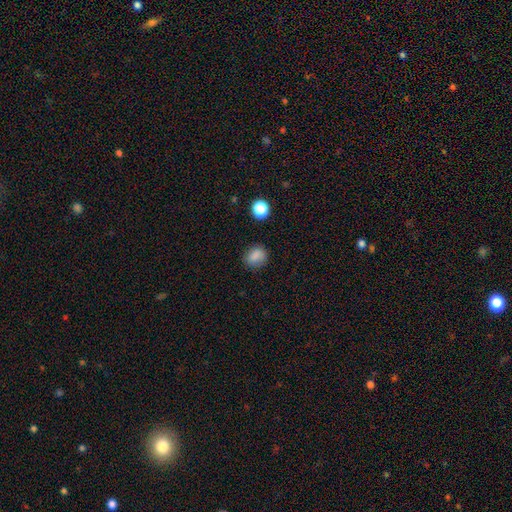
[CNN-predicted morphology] A smooth galaxy with no disk features (84%) that is round (64%).

Vote fractions:
- Smooth or featured? smooth: 84% / star or artifact: 11% / featured or disk: 5%
- How rounded? round: 64% / in between: 35% / cigar-shaped: 1%
- Merging? none: 79% / minor disturbance: 15% / major disturbance: 4% / merger: 2%